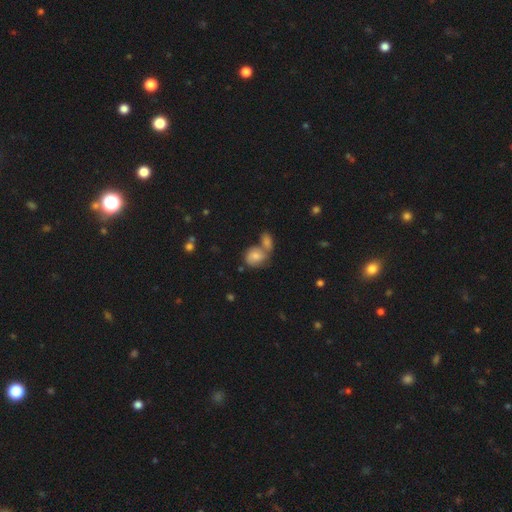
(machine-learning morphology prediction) This appears to be a smooth galaxy with no disk features (53%) that is round (52%). Merging: merger (51%).